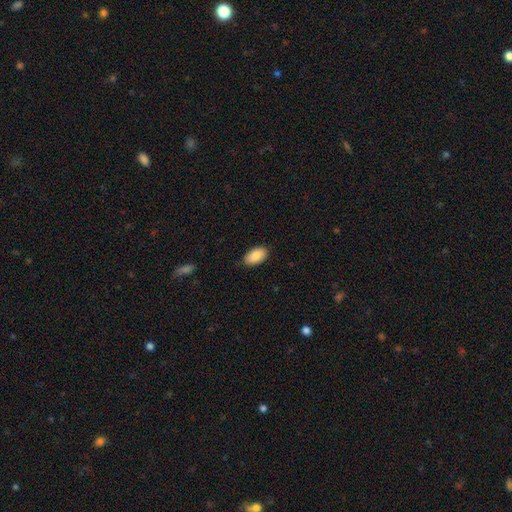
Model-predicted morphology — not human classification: smooth 88%, star or artifact 6%, featured or disk 6%. Down the decision tree: how rounded — in between (95%); merging — none (87%).